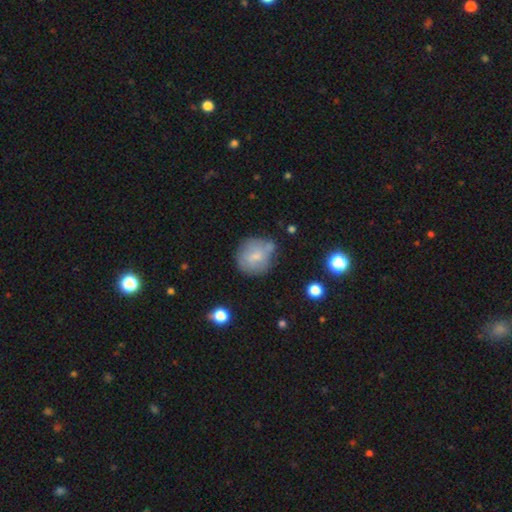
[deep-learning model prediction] This appears to be a smooth galaxy with no disk features (65%) that is round (84%). Merging: none (55%).